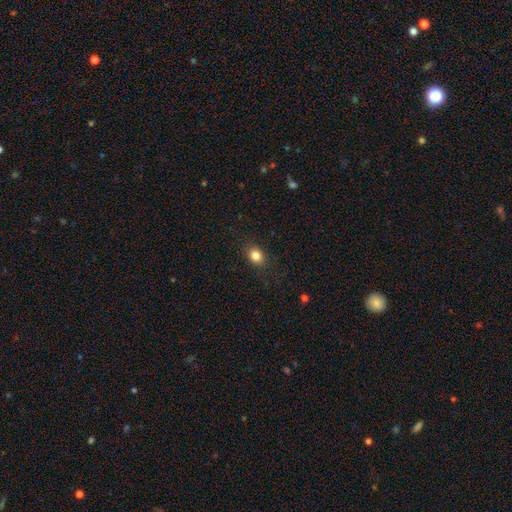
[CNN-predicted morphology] type=smooth (83%); roundness=in between (54%); merging=none (88%).